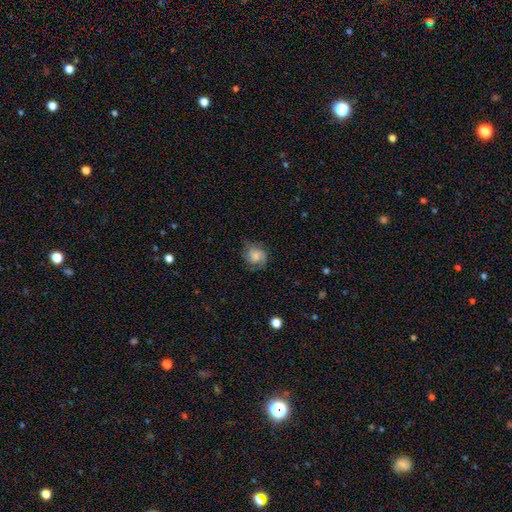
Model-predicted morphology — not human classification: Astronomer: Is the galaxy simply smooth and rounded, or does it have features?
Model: smooth — 47% (runner-up: featured or disk, 44%).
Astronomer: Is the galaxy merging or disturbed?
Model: none — 65%.